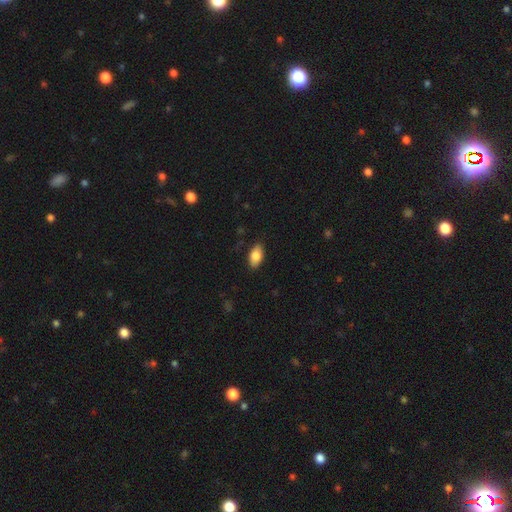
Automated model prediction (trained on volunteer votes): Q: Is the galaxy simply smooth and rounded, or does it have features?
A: smooth — 82%.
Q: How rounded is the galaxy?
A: in between — 92%.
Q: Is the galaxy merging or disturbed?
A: none — 86%.